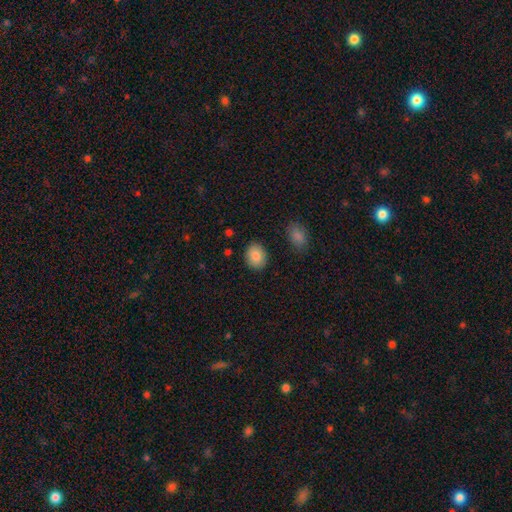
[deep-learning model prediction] Smooth or featured? Predicted: smooth (p=0.86). How rounded? Predicted: round (p=0.51). Merging? Predicted: none (p=0.87).